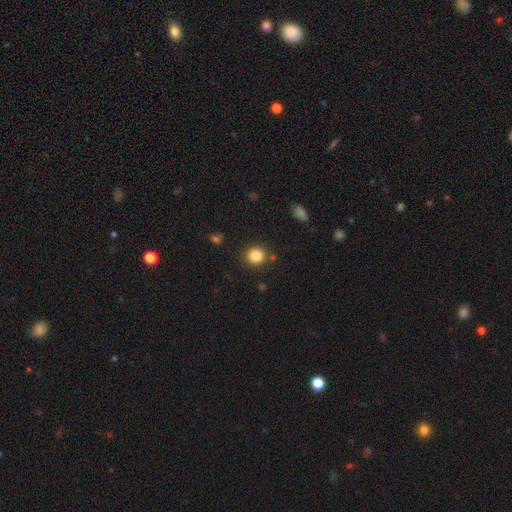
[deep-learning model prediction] The model was most divided on "how rounded": round: 86%, in between: 13%, cigar-shaped: 1%. More confident: merging — none (85%); smooth or featured — smooth (85%).